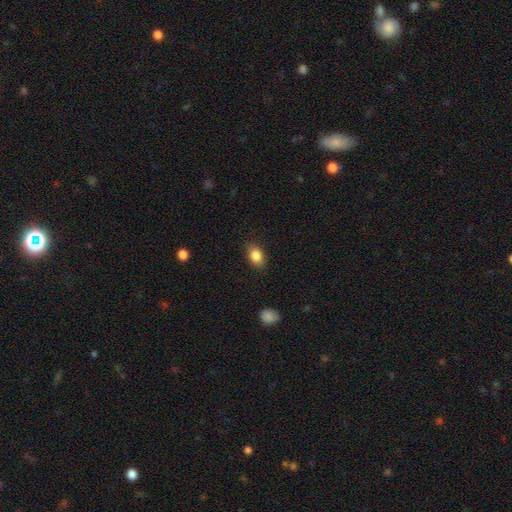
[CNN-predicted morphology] A smooth galaxy with no disk features (86%) that is in between round and cigar-shaped (85%).

Vote fractions:
- Smooth or featured? smooth: 86% / star or artifact: 8% / featured or disk: 6%
- How rounded? in between: 85% / round: 13% / cigar-shaped: 2%
- Merging? none: 84% / minor disturbance: 12% / major disturbance: 3% / merger: 1%